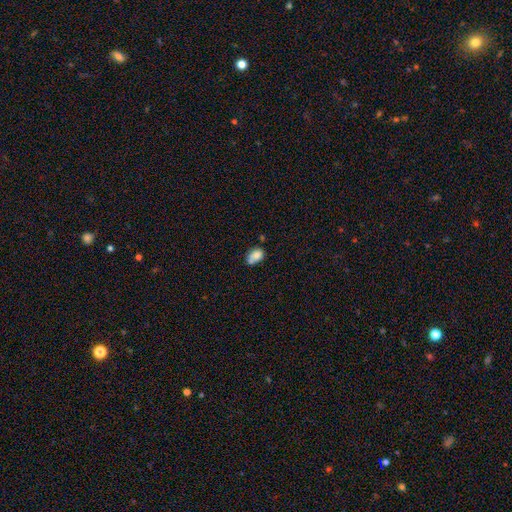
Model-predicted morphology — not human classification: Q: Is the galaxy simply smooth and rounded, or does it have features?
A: smooth — 77%.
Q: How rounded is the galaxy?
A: in between — 74%.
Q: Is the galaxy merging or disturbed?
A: none — 39%.